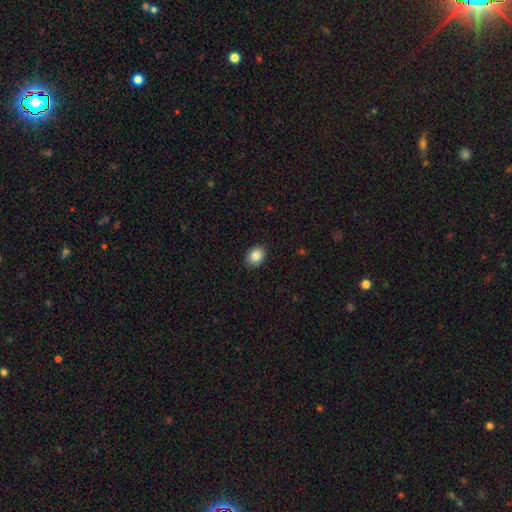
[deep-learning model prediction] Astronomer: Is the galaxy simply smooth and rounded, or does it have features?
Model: smooth — 85%.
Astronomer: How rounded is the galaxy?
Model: round — 55% (runner-up: in between, 44%).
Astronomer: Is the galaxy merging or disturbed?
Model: none — 90%.